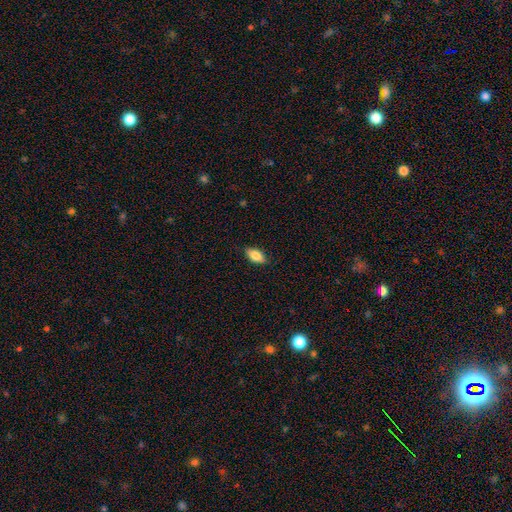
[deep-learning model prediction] A smooth galaxy with no disk features (81%) that is in between round and cigar-shaped (88%). Merging: none (86%).